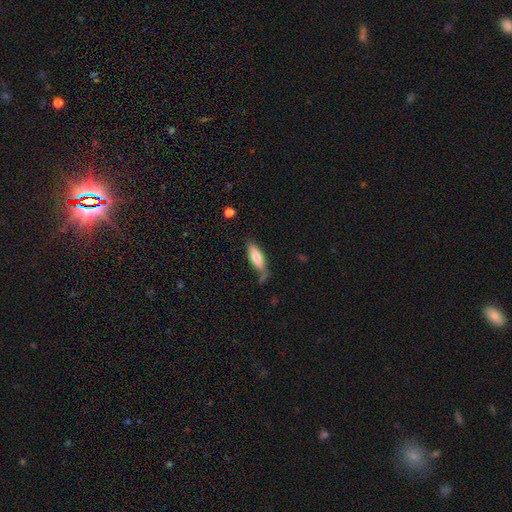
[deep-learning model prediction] This appears to be a smooth galaxy with no disk features (69%) that is in between round and cigar-shaped (52%). Merging: none (58%).